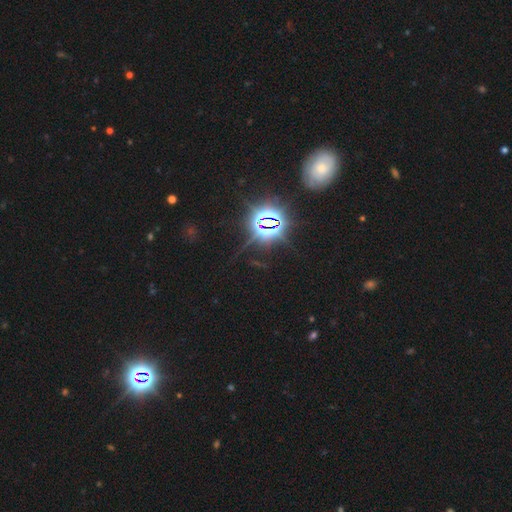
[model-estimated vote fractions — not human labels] star or artifact 78%, smooth 14%, featured or disk 8%.